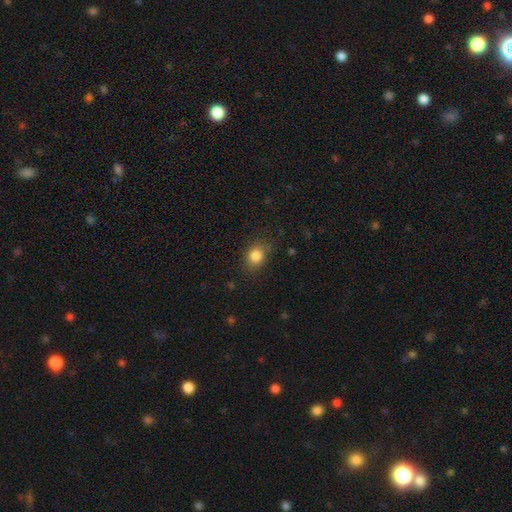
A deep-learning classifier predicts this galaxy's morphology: Smooth or featured? Predicted: smooth (p=0.84). How rounded? Predicted: in between (p=0.51). Merging? Predicted: none (p=0.78).